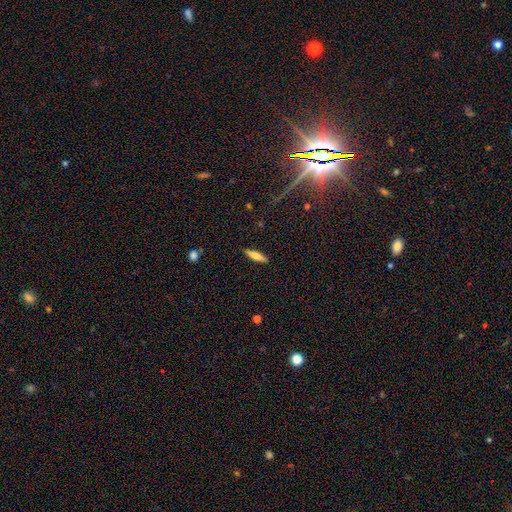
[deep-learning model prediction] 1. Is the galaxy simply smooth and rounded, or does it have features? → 63% smooth, 30% featured or disk, 7% star or artifact.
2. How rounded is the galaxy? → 74% cigar-shaped, 24% in between, 2% round.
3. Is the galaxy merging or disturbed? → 89% none, 8% minor disturbance, 2% major disturbance, 1% merger.